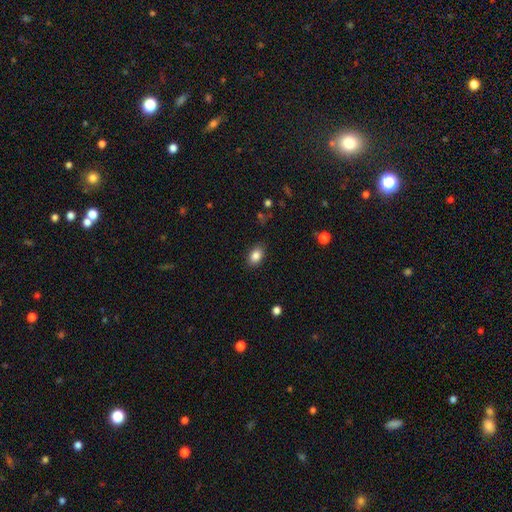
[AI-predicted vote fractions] Morphology: type=smooth (85%); roundness=in between (82%); merging=none (86%).